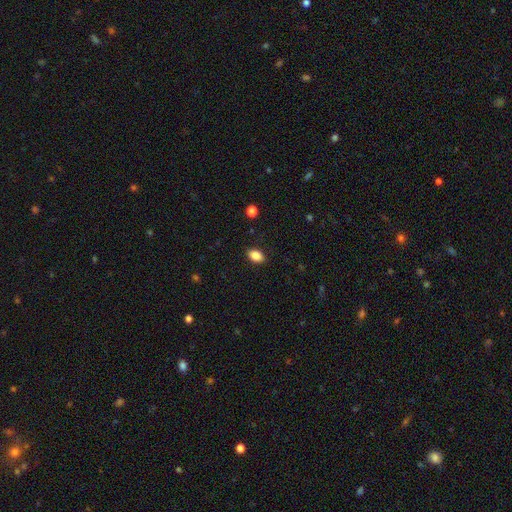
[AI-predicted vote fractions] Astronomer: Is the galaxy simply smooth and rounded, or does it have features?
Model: smooth — 86%.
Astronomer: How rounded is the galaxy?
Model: in between — 86%.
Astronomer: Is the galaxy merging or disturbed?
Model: none — 88%.